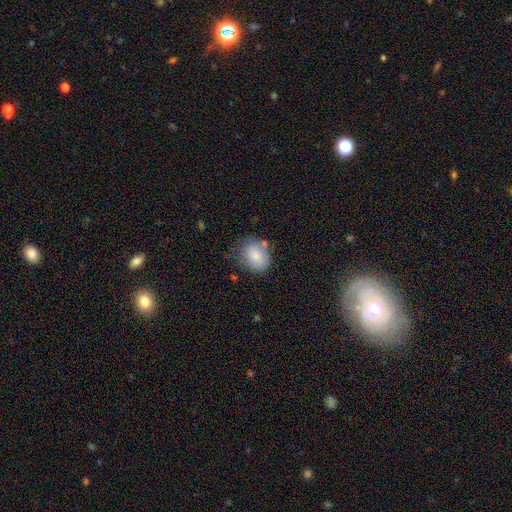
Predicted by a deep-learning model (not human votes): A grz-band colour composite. It shows a smooth galaxy with no disk features (82%) that is in between round and cigar-shaped (53%). Merging: none (63%).